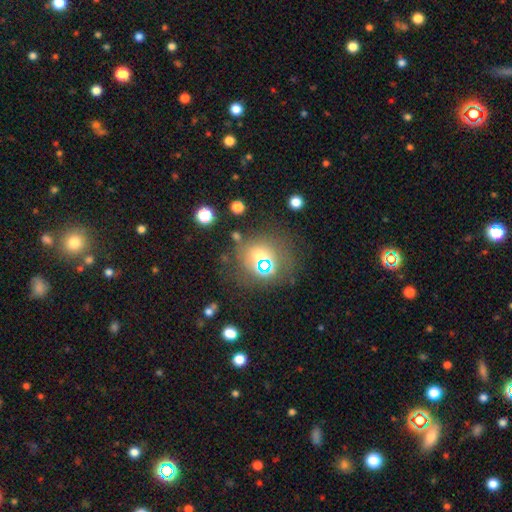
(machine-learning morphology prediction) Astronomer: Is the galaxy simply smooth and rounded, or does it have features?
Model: smooth — 47% (runner-up: star or artifact, 38%).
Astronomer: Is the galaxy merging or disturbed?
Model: none — 69%.